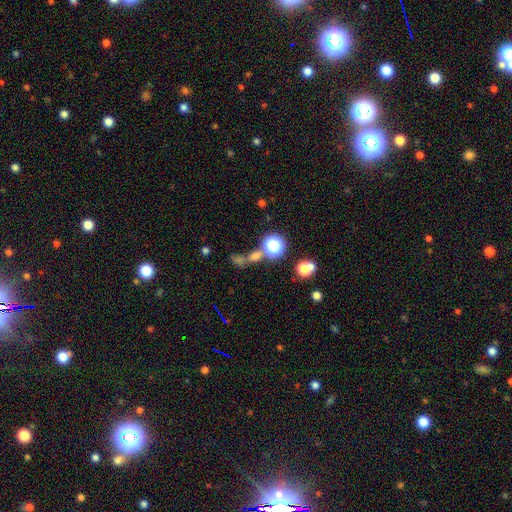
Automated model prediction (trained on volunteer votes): smooth 57%, star or artifact 32%, featured or disk 11%. Down the decision tree: how rounded — round (58%); merging — none (46%).